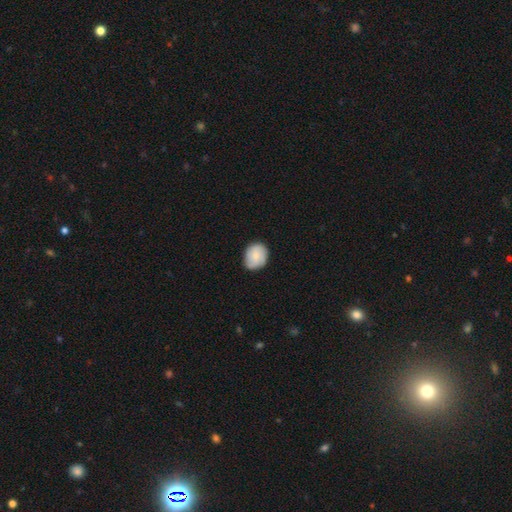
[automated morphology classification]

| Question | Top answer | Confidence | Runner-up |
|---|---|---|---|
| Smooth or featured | smooth | 69% | featured or disk (25%) |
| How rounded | round | 60% | in between (39%) |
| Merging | none | 79% | minor disturbance (17%) |